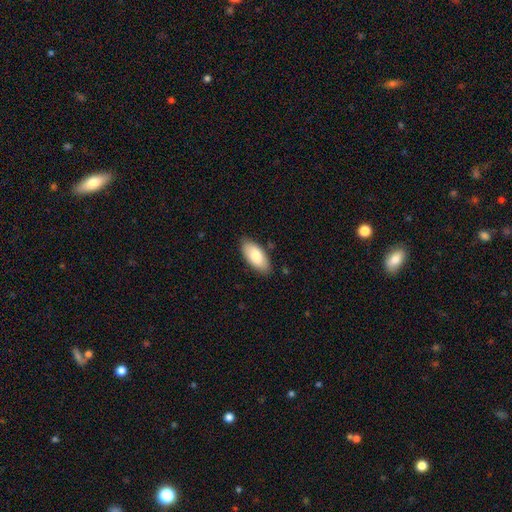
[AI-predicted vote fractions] Smooth or featured: smooth — 82% (featured or disk — 12%)
How rounded: in between — 92% (cigar-shaped — 7%)
Merging: none — 84% (minor disturbance — 13%)